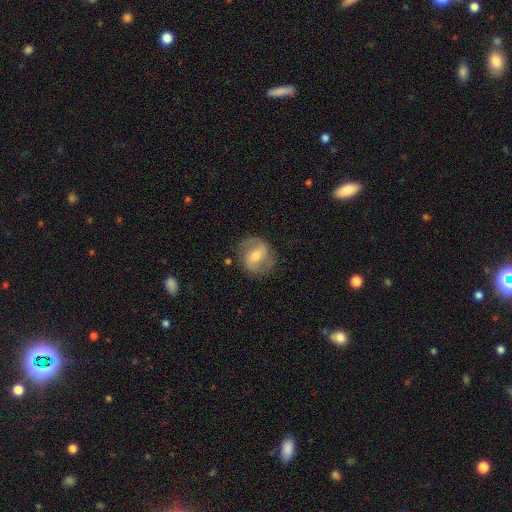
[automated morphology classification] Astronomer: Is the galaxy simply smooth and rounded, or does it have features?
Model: featured or disk — 66%.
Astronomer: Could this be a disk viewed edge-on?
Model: no — 96%.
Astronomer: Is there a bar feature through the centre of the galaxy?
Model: weak — 46% (runner-up: strong, 34%).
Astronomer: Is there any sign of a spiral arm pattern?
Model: yes — 81%.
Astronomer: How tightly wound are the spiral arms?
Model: medium — 48% (runner-up: loose, 28%).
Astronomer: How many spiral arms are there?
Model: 2 — 85%.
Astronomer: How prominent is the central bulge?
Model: moderate — 58% (runner-up: small, 36%).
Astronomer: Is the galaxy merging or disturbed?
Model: none — 78%.